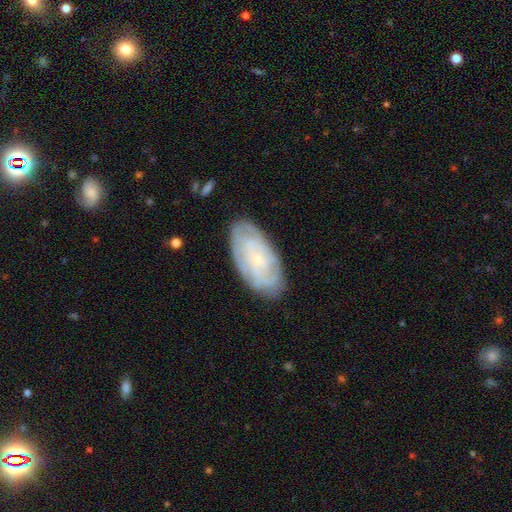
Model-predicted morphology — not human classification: type=featured or disk (63%); edge-on=no (92%); bar=no (75%); spiral arms=yes (84%); bulge=small (77%); merging=none (81%).